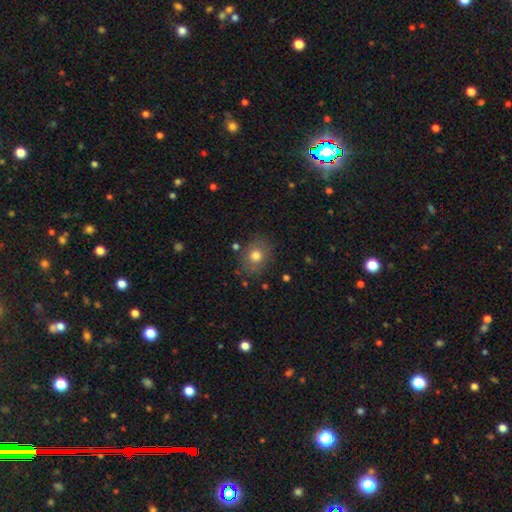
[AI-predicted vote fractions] smooth_or_featured: smooth (p=0.74) [alt: featured or disk p=0.16]
how_rounded: round (p=0.55) [alt: in between p=0.44]
merging: none (p=0.80) [alt: minor disturbance p=0.13]